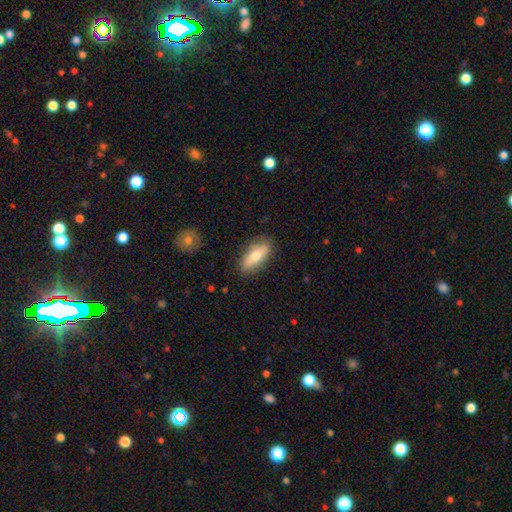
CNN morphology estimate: Smooth or featured?
  - smooth: 62% *
  - featured or disk: 31%
  - star or artifact: 6%
How rounded?
  - in between: 71% *
  - cigar-shaped: 26%
  - round: 3%
Merging?
  - none: 84% *
  - minor disturbance: 12%
  - major disturbance: 2%
  - merger: 2%